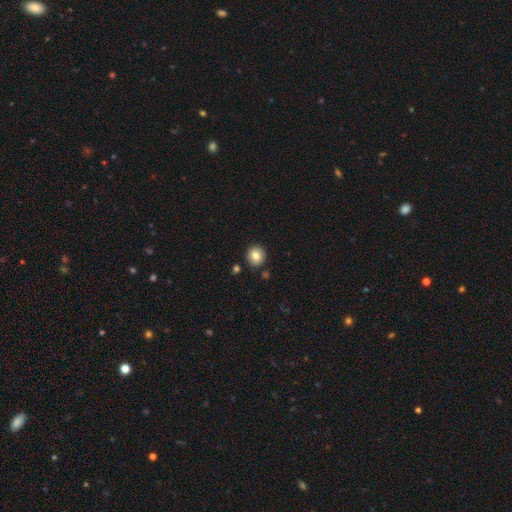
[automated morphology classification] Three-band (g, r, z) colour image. It shows a smooth galaxy with no disk features (82%) that is round (91%). Merging: none (89%).